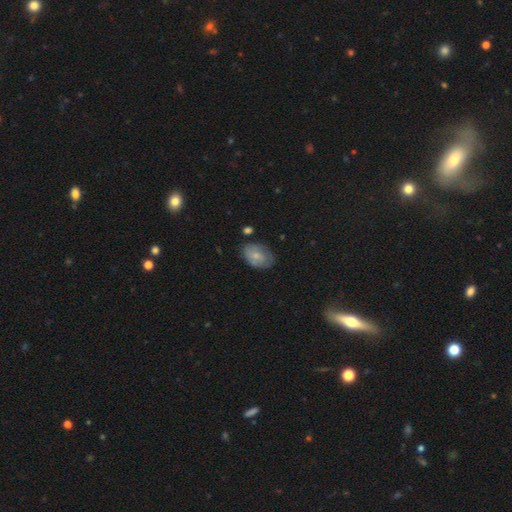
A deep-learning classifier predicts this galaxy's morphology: Overall: smooth (62%; featured or disk 31%). How rounded: in between (84%). Merging: none (61%; minor disturbance 27%).